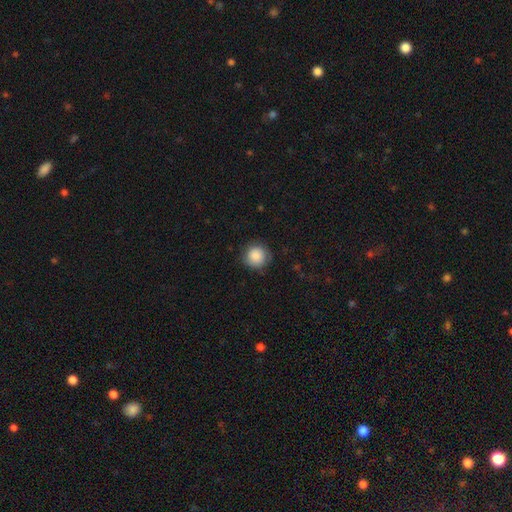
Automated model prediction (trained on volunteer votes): The model was most divided on "merging": none: 83%, minor disturbance: 13%, major disturbance: 3%, merger: 1%. More confident: how rounded — round (93%); smooth or featured — smooth (87%).